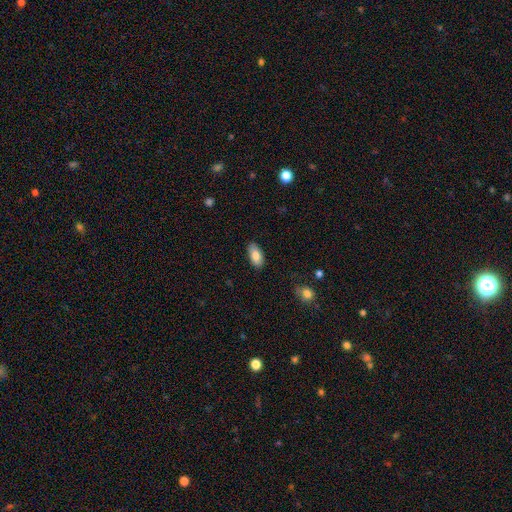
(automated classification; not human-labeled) A smooth galaxy with no disk features (82%) that is in between round and cigar-shaped (92%).

Vote fractions:
- Smooth or featured? smooth: 82% / featured or disk: 11% / star or artifact: 7%
- How rounded? in between: 92% / cigar-shaped: 5% / round: 3%
- Merging? none: 86% / minor disturbance: 11% / major disturbance: 2% / merger: 1%